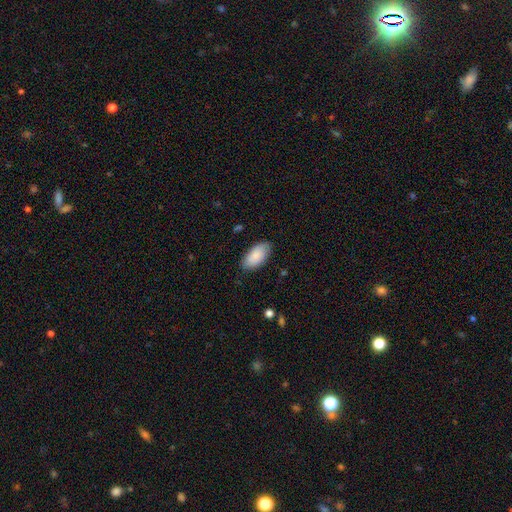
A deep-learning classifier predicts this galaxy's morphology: The model was most divided on "merging": none: 83%, minor disturbance: 13%, major disturbance: 3%, merger: 1%. More confident: how rounded — in between (95%); smooth or featured — smooth (87%).